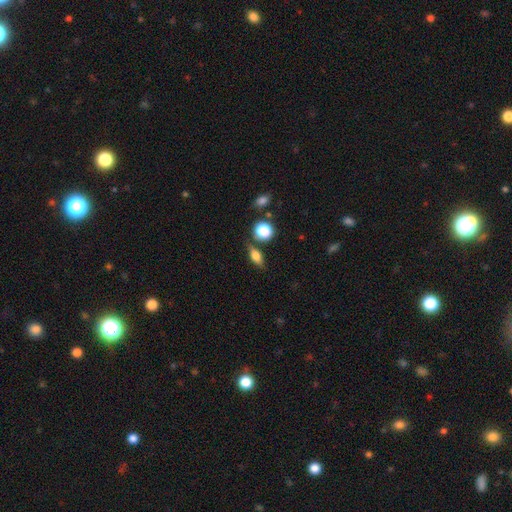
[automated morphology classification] A smooth galaxy with no disk features (67%) that is in between round and cigar-shaped (63%). Merging: none (72%).